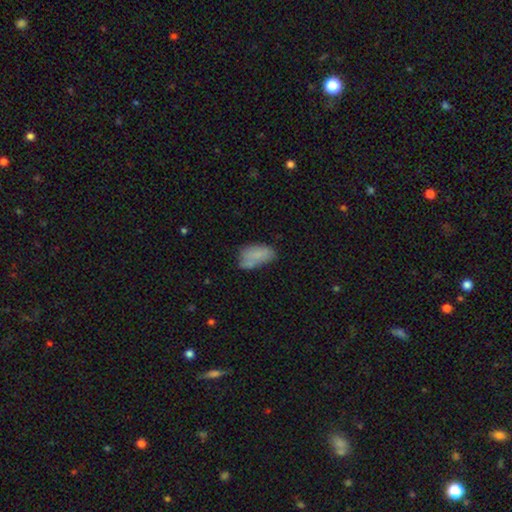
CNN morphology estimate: Overall: smooth (77%). How rounded: in between (93%). Merging: none (48%; minor disturbance 31%).